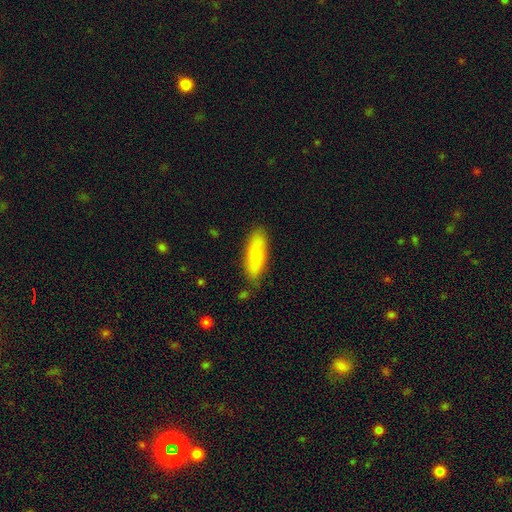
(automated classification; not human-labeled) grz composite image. It shows a smooth galaxy with no disk features (78%) that is in between round and cigar-shaped (58%). Merging: none (77%).